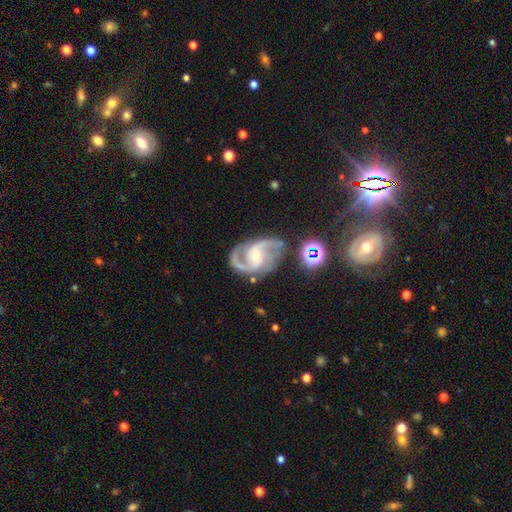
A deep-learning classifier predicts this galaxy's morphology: featured or disk 90%, star or artifact 6%, smooth 4%. Down the decision tree: edge-on disk — no (98%); bar — weak (41%); spiral arms — yes (98%); spiral arm count — 2 (85%); spiral winding — medium (61%); bulge size — small (56%); merging — none (70%).